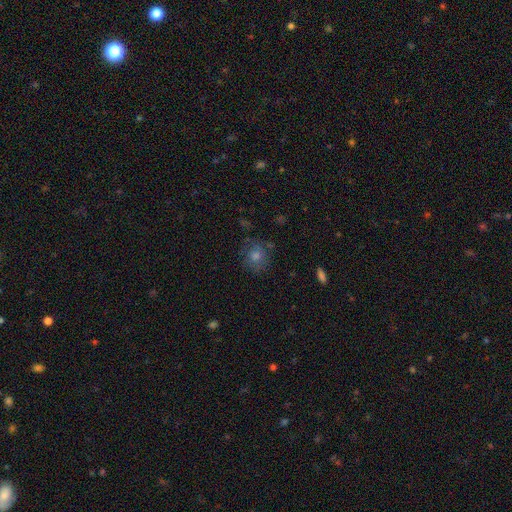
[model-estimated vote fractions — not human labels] A smooth galaxy with no disk features (55%) that is round (83%). Merging: none (77%).